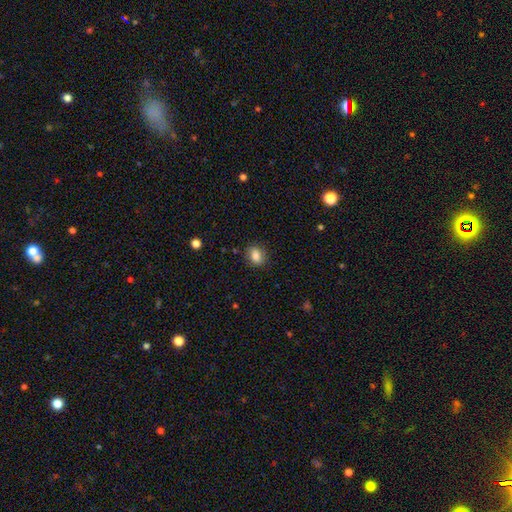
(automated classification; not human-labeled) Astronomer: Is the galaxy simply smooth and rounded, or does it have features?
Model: smooth — 80%.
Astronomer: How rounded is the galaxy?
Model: round — 50% (runner-up: in between, 49%).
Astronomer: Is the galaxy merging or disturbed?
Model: none — 83%.